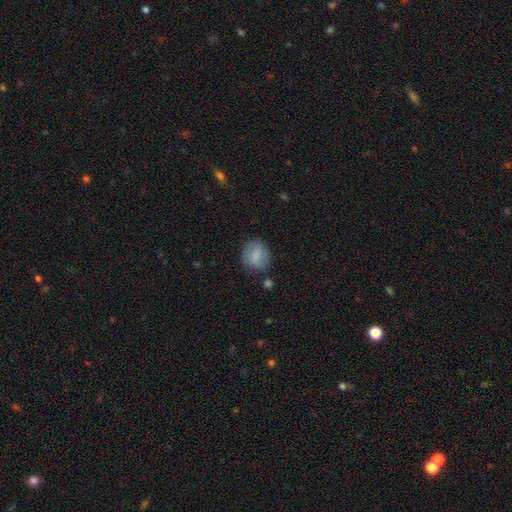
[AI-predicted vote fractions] A smooth galaxy with no disk features (77%) that is round (61%).

Vote fractions:
- Smooth or featured? smooth: 77% / featured or disk: 15% / star or artifact: 8%
- How rounded? round: 61% / in between: 38% / cigar-shaped: 2%
- Merging? none: 73% / minor disturbance: 18% / major disturbance: 6% / merger: 3%